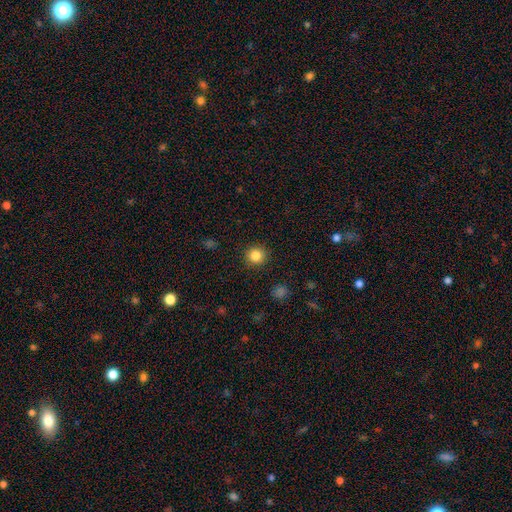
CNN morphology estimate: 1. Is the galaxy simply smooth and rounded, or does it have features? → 84% smooth, 11% star or artifact, 5% featured or disk.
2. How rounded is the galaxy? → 93% round, 6% in between, 1% cigar-shaped.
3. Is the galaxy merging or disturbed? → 92% none, 5% minor disturbance, 2% major disturbance, 1% merger.